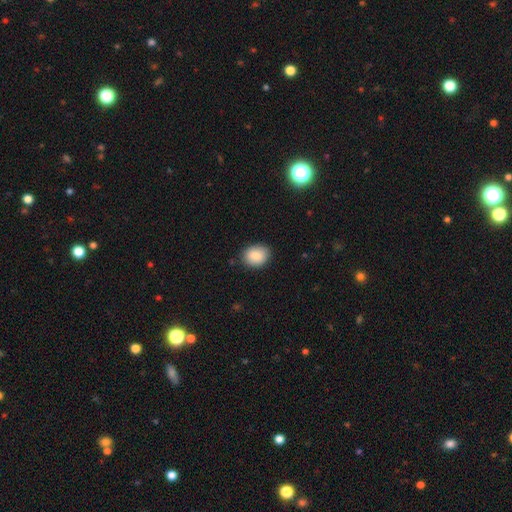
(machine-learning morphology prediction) Smooth or featured: smooth — 87% (star or artifact — 7%)
How rounded: in between — 56% (round — 43%)
Merging: none — 86% (minor disturbance — 11%)